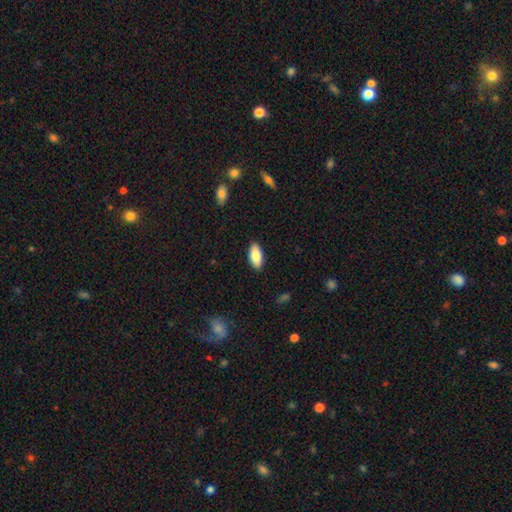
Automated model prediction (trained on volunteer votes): This is clearly a smooth galaxy (85%). How rounded: clearly in between (89%). Merging: clearly none (88%).